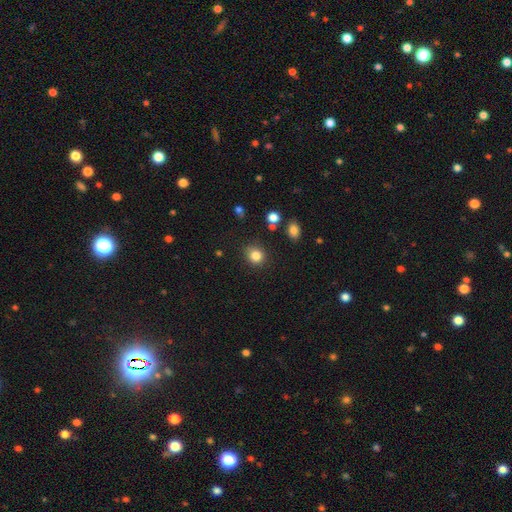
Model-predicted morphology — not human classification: Smooth or featured? Predicted: smooth (p=0.83). How rounded? Predicted: round (p=0.83). Merging? Predicted: none (p=0.84).